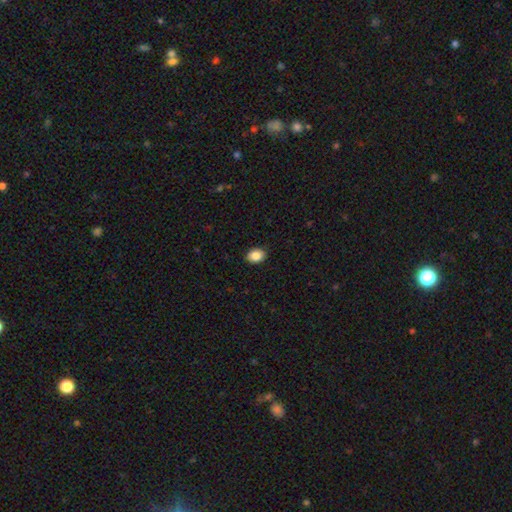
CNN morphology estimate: smooth_or_featured: smooth (p=0.87) [alt: star or artifact p=0.08]
how_rounded: in between (p=0.72) [alt: round p=0.27]
merging: none (p=0.90) [alt: minor disturbance p=0.07]